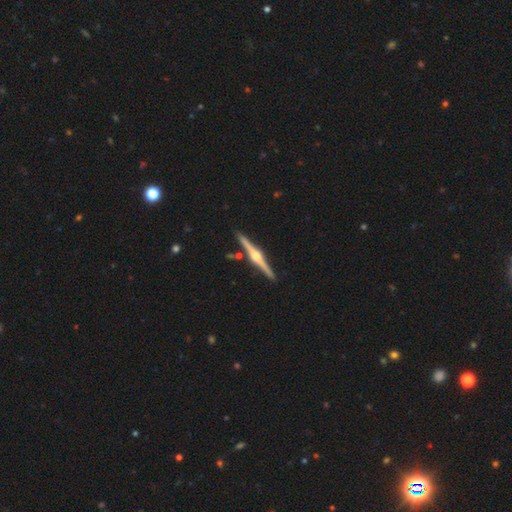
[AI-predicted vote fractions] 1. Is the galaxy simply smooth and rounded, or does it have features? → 87% featured or disk, 9% smooth, 4% star or artifact.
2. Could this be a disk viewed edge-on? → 99% yes, 1% no.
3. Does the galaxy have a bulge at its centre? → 95% rounded, 3% boxy, 2% none.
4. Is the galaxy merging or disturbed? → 89% none, 6% minor disturbance, 3% merger, 1% major disturbance.